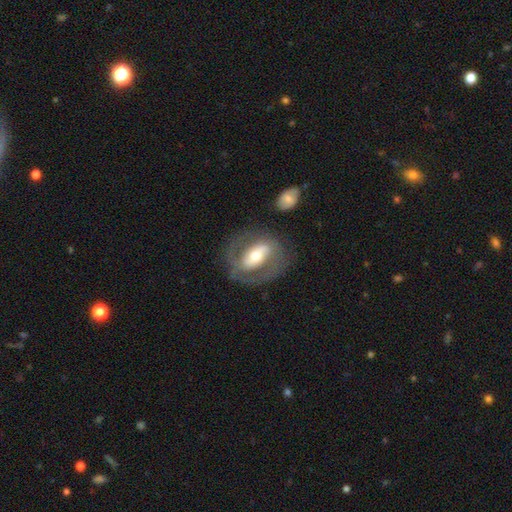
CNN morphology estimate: The model was most divided on "bar": strong: 49%, weak: 28%, no: 24%. More confident: edge-on disk — no (92%); smooth or featured — featured or disk (71%); merging — none (69%); spiral arms — yes (64%); bulge size — moderate (63%).